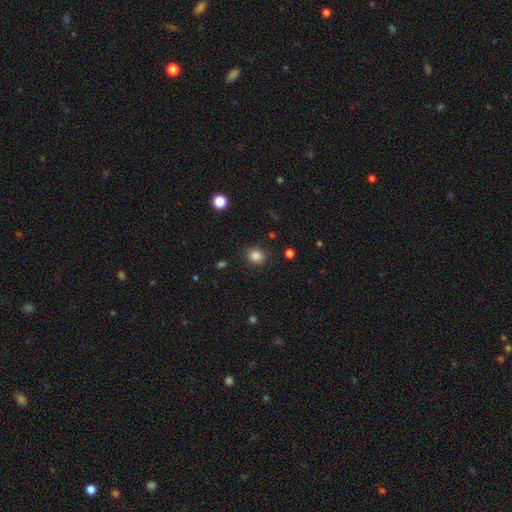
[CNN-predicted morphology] Smooth or featured?
  - smooth: 85% *
  - star or artifact: 11%
  - featured or disk: 4%
How rounded?
  - round: 79% *
  - in between: 20%
  - cigar-shaped: 1%
Merging?
  - none: 89% *
  - minor disturbance: 7%
  - major disturbance: 3%
  - merger: 1%